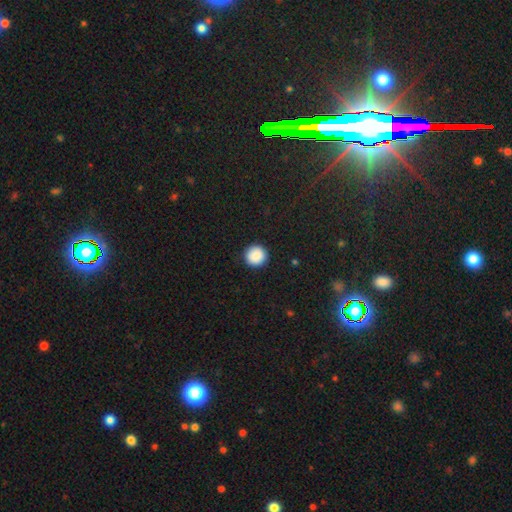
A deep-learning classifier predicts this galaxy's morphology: Overall: smooth (89%). How rounded: round (96%). Merging: none (93%).